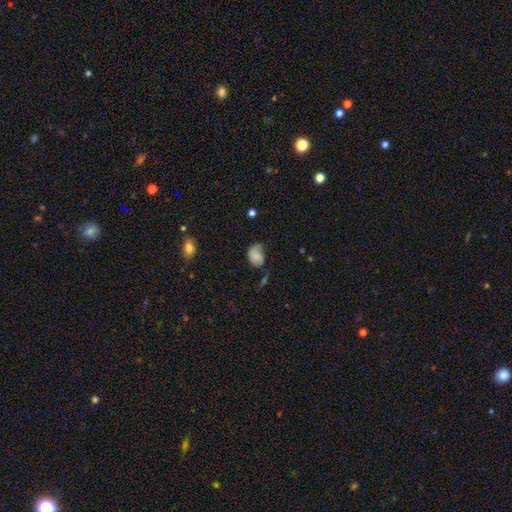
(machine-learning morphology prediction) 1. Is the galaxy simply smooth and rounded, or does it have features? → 76% smooth, 15% featured or disk, 9% star or artifact.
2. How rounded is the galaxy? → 64% in between, 35% round, 1% cigar-shaped.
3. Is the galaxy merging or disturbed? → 46% none, 38% minor disturbance, 13% major disturbance, 4% merger.